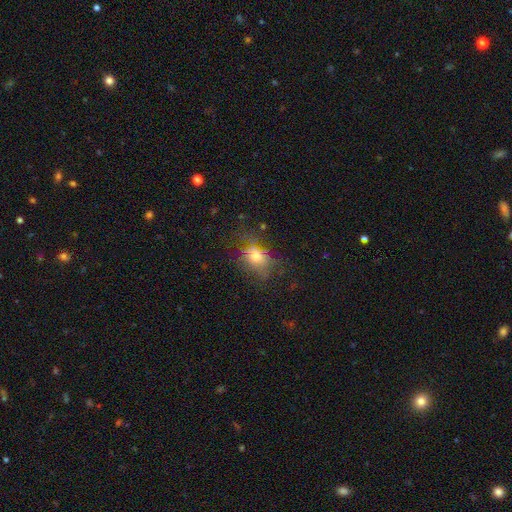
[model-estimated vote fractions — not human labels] Smooth or featured? smooth (65%)
How rounded? in between (63%)
Merging? none (53%)